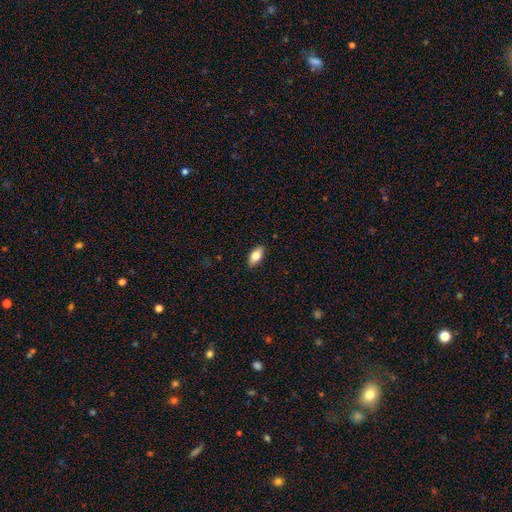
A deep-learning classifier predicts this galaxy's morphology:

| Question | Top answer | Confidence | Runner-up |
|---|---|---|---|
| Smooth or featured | smooth | 79% | featured or disk (15%) |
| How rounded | in between | 90% | cigar-shaped (7%) |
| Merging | none | 88% | minor disturbance (9%) |